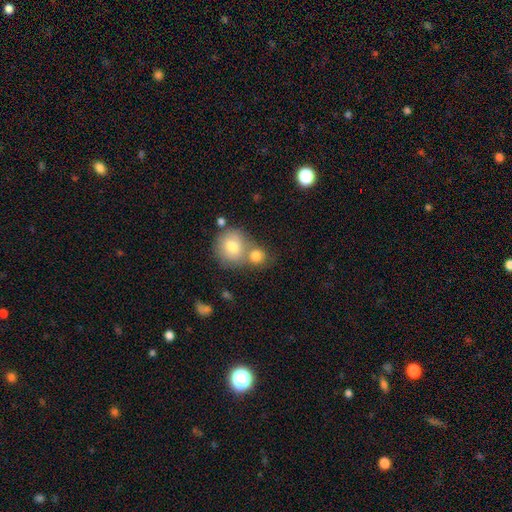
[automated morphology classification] A smooth galaxy with no disk features (78%) that is round (80%).

Vote fractions:
- Smooth or featured? smooth: 78% / featured or disk: 13% / star or artifact: 9%
- How rounded? round: 80% / in between: 19% / cigar-shaped: 1%
- Merging? merger: 48% / none: 40% / minor disturbance: 8% / major disturbance: 4%